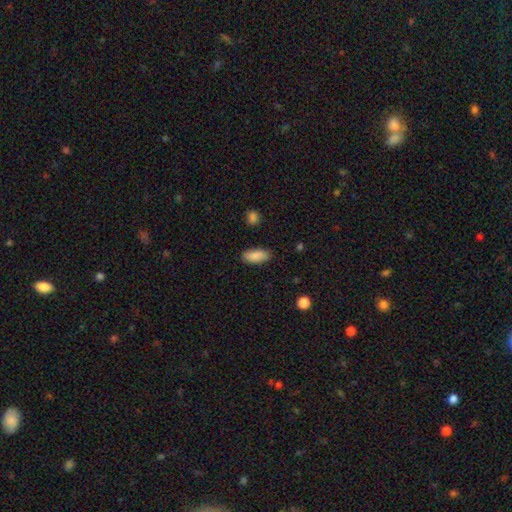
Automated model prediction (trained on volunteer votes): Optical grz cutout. It shows a smooth galaxy with no disk features (88%) that is in between round and cigar-shaped (81%). Merging: none (86%).